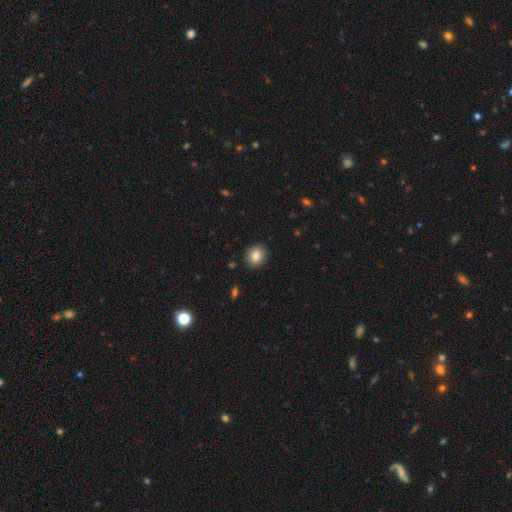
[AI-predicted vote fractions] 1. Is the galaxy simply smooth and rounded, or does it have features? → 83% smooth, 9% star or artifact, 8% featured or disk.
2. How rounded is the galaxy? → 70% round, 29% in between, 1% cigar-shaped.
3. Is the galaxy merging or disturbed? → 90% none, 7% minor disturbance, 2% major disturbance, 1% merger.